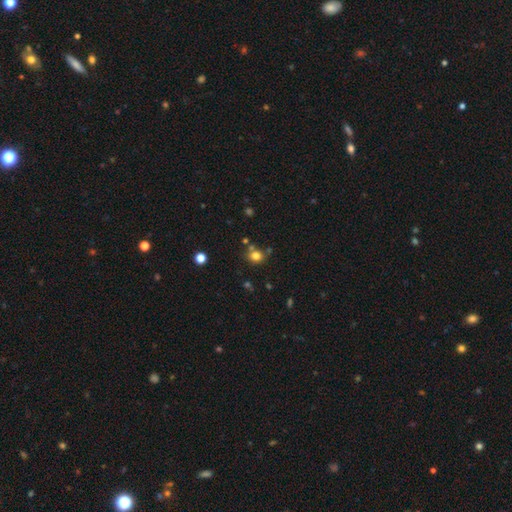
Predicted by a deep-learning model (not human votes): A smooth galaxy with no disk features (78%) that is round (79%).

Vote fractions:
- Smooth or featured? smooth: 78% / star or artifact: 15% / featured or disk: 7%
- How rounded? round: 79% / in between: 20% / cigar-shaped: 1%
- Merging? none: 67% / merger: 16% / minor disturbance: 13% / major disturbance: 4%